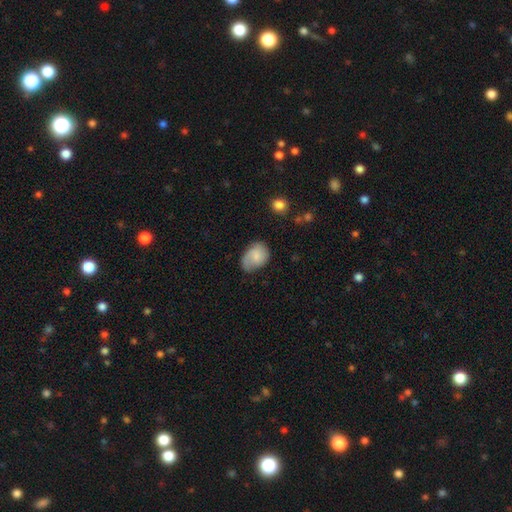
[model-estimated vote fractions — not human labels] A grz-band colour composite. It shows a smooth galaxy with no disk features (66%) that is in between round and cigar-shaped (73%). Merging: none (57%).